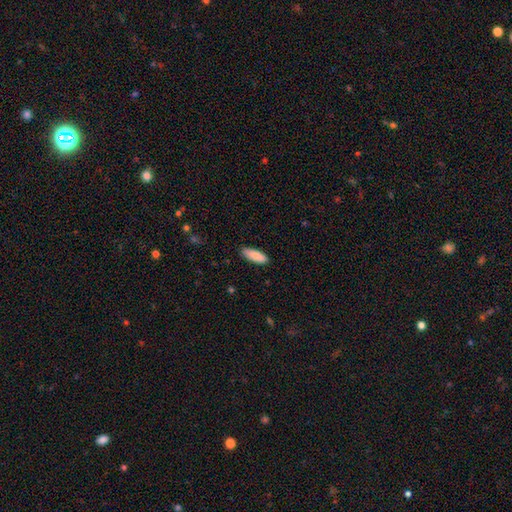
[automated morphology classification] Smooth or featured? Predicted: smooth (p=0.89). How rounded? Predicted: in between (p=0.64). Merging? Predicted: none (p=0.88).